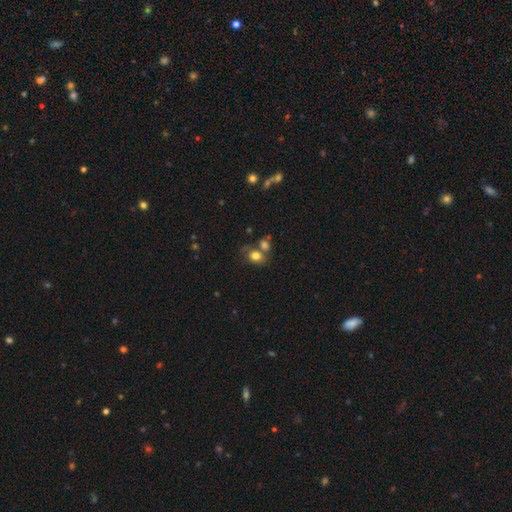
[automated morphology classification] Q: Smooth or featured?
A: smooth (77%); runner-up: star or artifact (12%)
Q: How rounded?
A: round (50%); runner-up: in between (49%)
Q: Merging?
A: none (44%); runner-up: merger (34%)